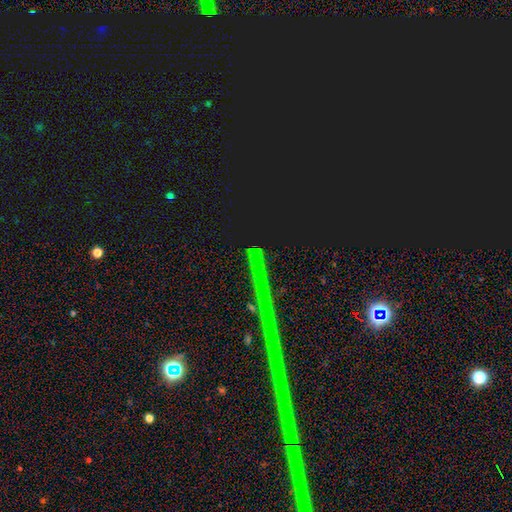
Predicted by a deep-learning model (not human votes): Smooth or featured?
  - star or artifact: 85% *
  - featured or disk: 8%
  - smooth: 7%